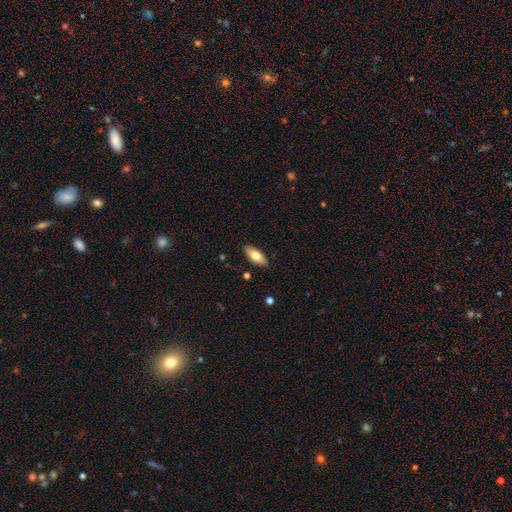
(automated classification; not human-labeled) Morphology: type=smooth (71%); roundness=in between (82%); merging=none (88%).